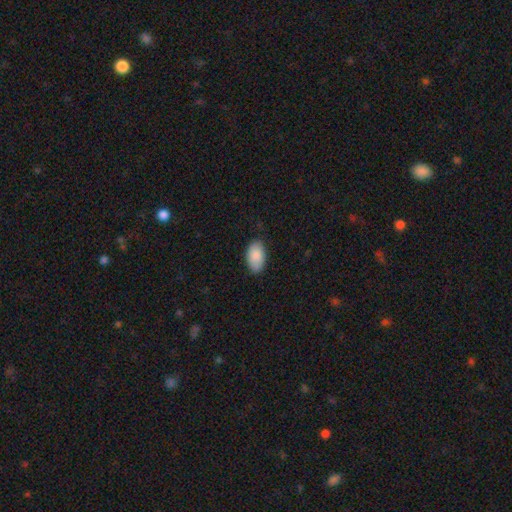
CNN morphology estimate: Overall: smooth (89%). How rounded: in between (94%). Merging: none (80%).